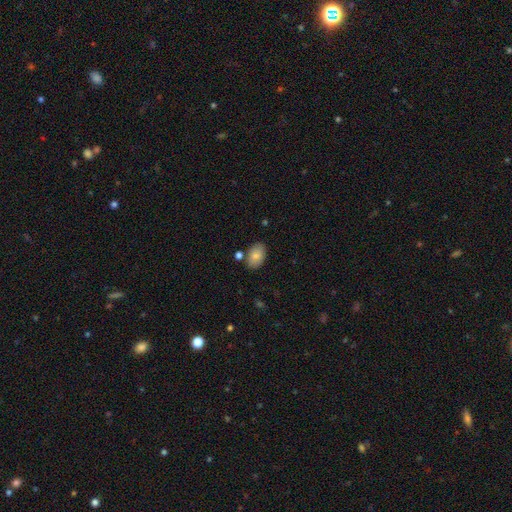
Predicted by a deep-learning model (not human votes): Smooth or featured? Predicted: smooth (p=0.82). How rounded? Predicted: in between (p=0.90). Merging? Predicted: none (p=0.79).